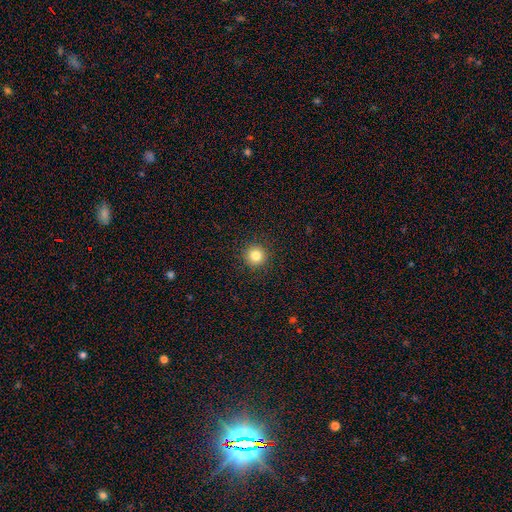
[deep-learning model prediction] smooth-or-featured: smooth: 82% | star or artifact: 12% | featured or disk: 6%
  how-rounded: round: 96% | in between: 3% | cigar-shaped: 1%
  merging: none: 93% | minor disturbance: 5% | major disturbance: 2% | merger: 1%